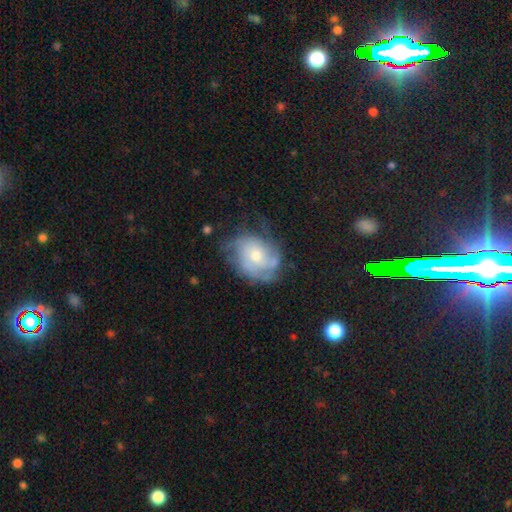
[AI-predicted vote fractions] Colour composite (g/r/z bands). It shows a featured or disk galaxy (73%) with no bar (78%), tight (52%) spiral arms (87%) and a moderate central bulge (49%). Merging: none (56%).